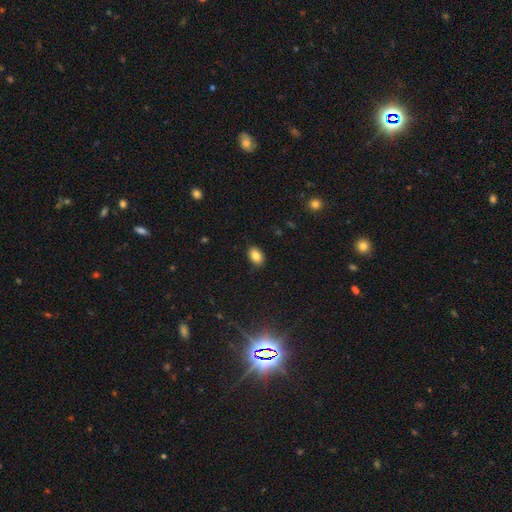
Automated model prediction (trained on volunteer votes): A smooth galaxy with no disk features (84%) that is in between round and cigar-shaped (82%). Merging: none (86%).